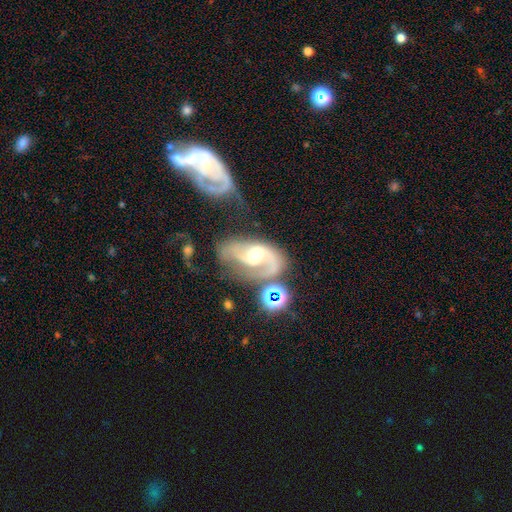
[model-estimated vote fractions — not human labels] Overall: featured or disk (85%). Edge-on disk: no (97%). Bar: no (52%; weak 37%). Spiral arms: yes (94%). Spiral arm count: 2 (75%). Spiral winding: medium (48%; loose 30%). Bulge size: moderate (71%). Merging: none (39%; major disturbance 24%).